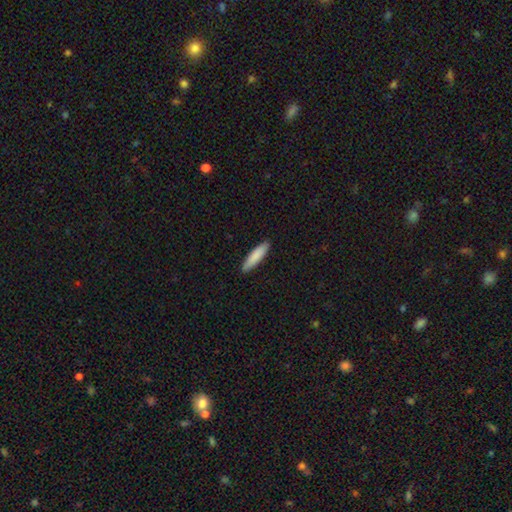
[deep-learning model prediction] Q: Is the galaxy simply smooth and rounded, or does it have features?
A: smooth — 86%.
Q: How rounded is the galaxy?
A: cigar-shaped — 77%.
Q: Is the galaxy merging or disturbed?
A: none — 89%.